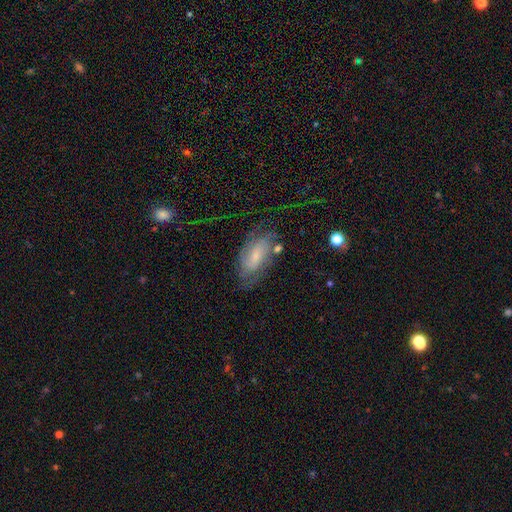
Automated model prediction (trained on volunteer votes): This appears to be a featured or disk galaxy (64%) with no bar (46%), 2 (47%) medium (42%) spiral arms (87%) and a small central bulge (61%). Merging: none (57%).